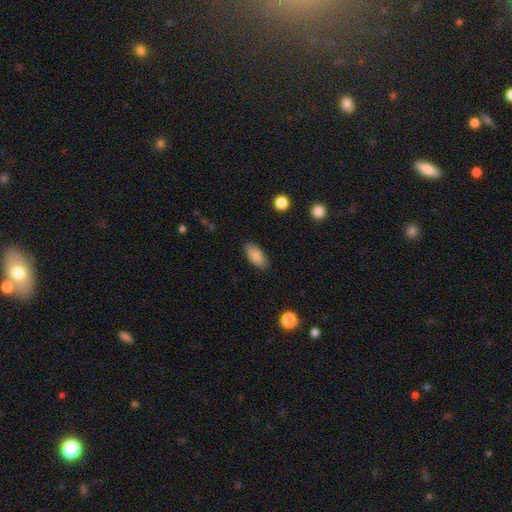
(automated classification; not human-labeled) Overall: smooth (86%). How rounded: in between (91%). Merging: none (86%).